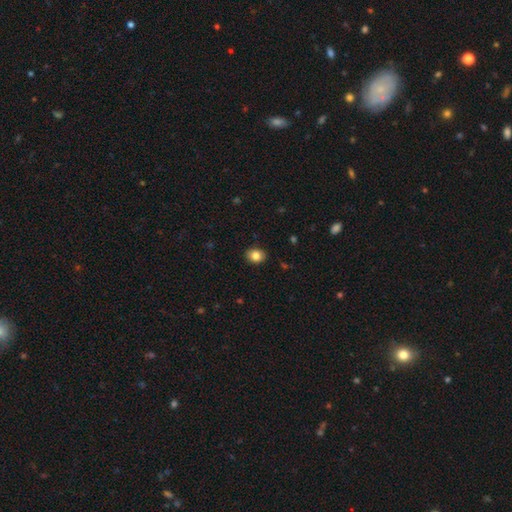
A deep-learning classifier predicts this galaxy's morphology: smooth_or_featured: smooth (p=0.84) [alt: star or artifact p=0.09]
how_rounded: in between (p=0.51) [alt: round p=0.48]
merging: none (p=0.89) [alt: minor disturbance p=0.09]